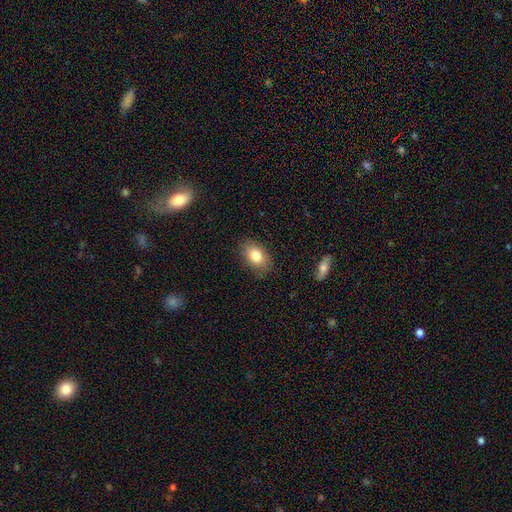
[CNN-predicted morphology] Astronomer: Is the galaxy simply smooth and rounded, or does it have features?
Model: smooth — 81%.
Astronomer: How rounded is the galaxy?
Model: in between — 86%.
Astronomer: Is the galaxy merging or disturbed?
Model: none — 85%.